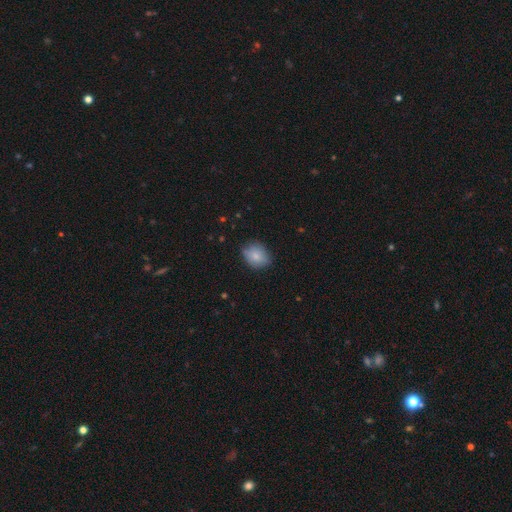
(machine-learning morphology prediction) type=smooth (80%); roundness=round (51%); merging=none (74%).